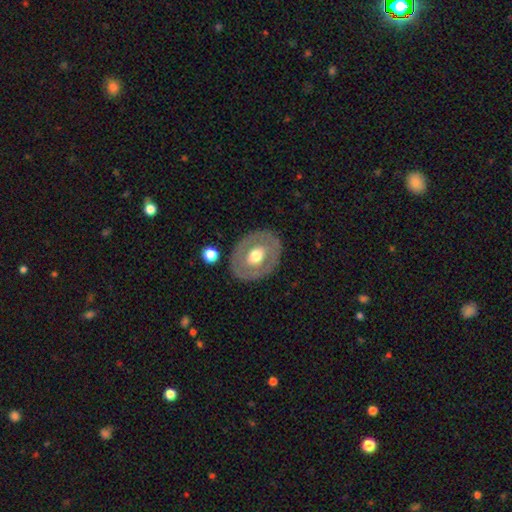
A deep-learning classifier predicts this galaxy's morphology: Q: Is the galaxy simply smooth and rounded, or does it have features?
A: featured or disk — 52%.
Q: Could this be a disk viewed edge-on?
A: no — 93%.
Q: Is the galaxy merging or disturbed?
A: none — 83%.